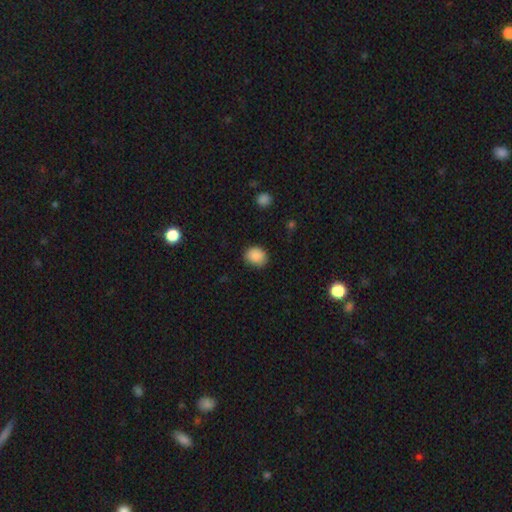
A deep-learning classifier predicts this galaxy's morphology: Smooth or featured?
  - smooth: 88% *
  - star or artifact: 8%
  - featured or disk: 4%
How rounded?
  - round: 56% *
  - in between: 43%
  - cigar-shaped: 1%
Merging?
  - none: 75% *
  - minor disturbance: 20%
  - major disturbance: 4%
  - merger: 1%